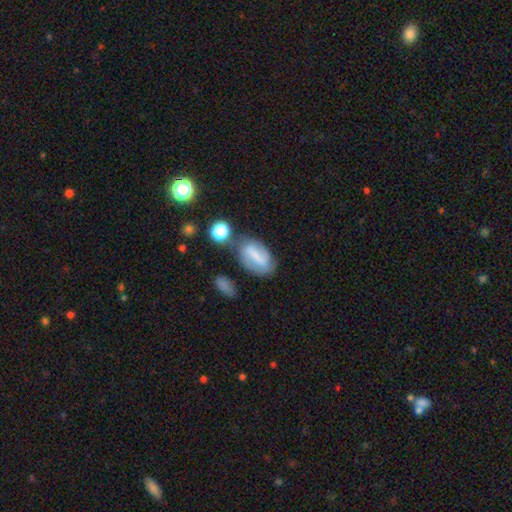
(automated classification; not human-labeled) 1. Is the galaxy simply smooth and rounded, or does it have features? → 45% smooth (tied), 45% featured or disk (tied), 9% star or artifact.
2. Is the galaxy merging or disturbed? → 52% none, 24% minor disturbance, 13% merger, 11% major disturbance.